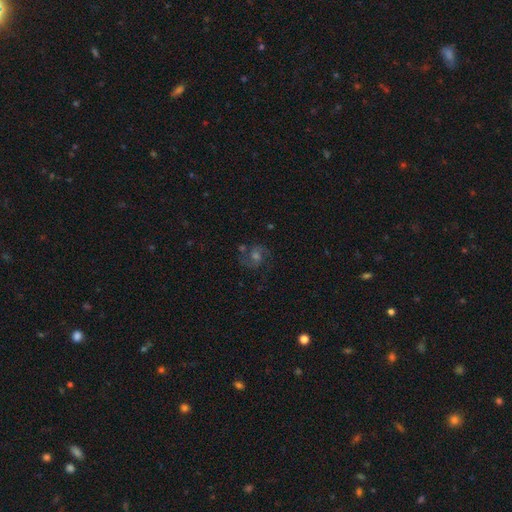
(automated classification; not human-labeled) smooth-or-featured: featured or disk: 73% | star or artifact: 15% | smooth: 12%
  disk-edge-on: no: 98% | yes: 2%
    bar: no: 53% | weak: 39% | strong: 8%
    has-spiral-arms: yes: 95% | no: 5%
      spiral-winding: medium: 59% | loose: 22% | tight: 20%
      spiral-arm-count: 2: 88% | can't tell: 5% | 3: 2% | 1: 2% | 4: 1% | more than 4: 1%
    bulge-size: moderate: 53% | small: 30% | large: 10% | none: 6% | dominant: 2%
  merging: none: 74% | minor disturbance: 13% | major disturbance: 8% | merger: 4%